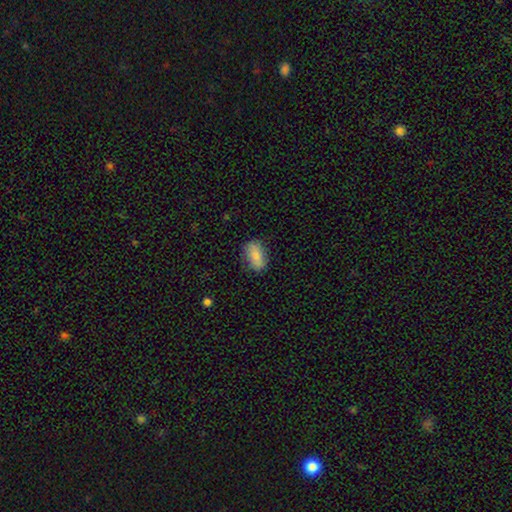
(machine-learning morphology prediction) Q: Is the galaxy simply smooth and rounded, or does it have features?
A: smooth — 84%.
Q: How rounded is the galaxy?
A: in between — 89%.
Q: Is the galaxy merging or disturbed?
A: none — 78%.